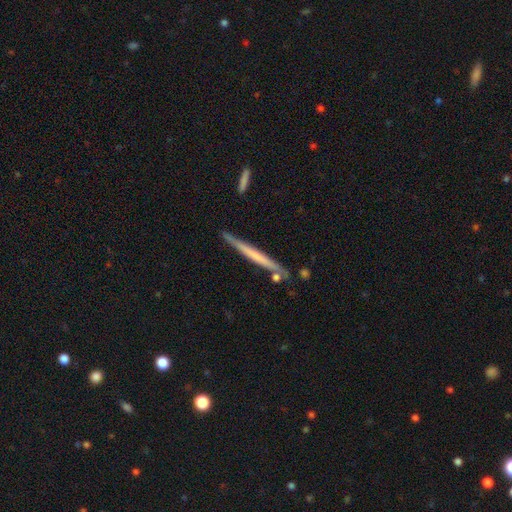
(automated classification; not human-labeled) smooth-or-featured: featured or disk: 50% | smooth: 45% | star or artifact: 5%
  merging: none: 82% | minor disturbance: 12% | merger: 4% | major disturbance: 2%